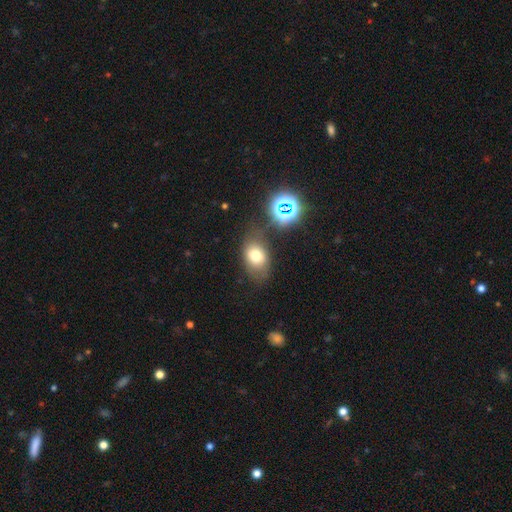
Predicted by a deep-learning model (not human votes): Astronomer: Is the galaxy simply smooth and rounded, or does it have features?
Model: smooth — 72%.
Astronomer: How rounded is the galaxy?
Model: in between — 75%.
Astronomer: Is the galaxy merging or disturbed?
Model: none — 65%.